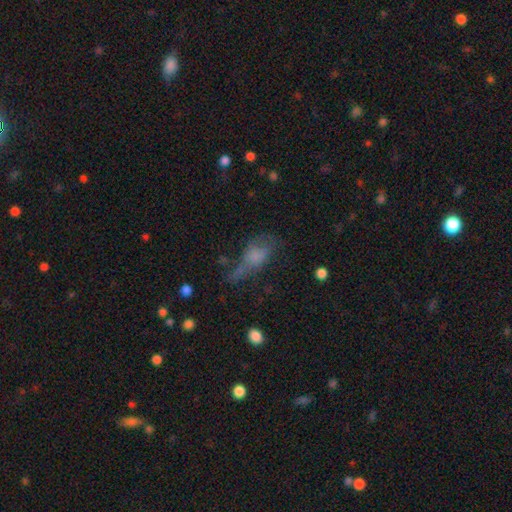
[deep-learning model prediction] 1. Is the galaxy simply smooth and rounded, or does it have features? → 61% smooth, 26% featured or disk, 13% star or artifact.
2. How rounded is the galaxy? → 77% in between, 14% cigar-shaped, 10% round.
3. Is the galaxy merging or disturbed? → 34% major disturbance, 32% none, 25% minor disturbance, 9% merger.